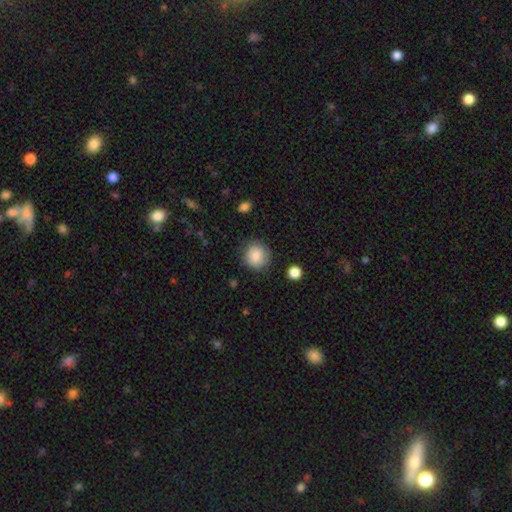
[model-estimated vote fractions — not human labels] Smooth or featured?
  - smooth: 85% *
  - star or artifact: 8%
  - featured or disk: 6%
How rounded?
  - round: 89% *
  - in between: 10%
  - cigar-shaped: 1%
Merging?
  - none: 83% *
  - minor disturbance: 12%
  - major disturbance: 4%
  - merger: 2%